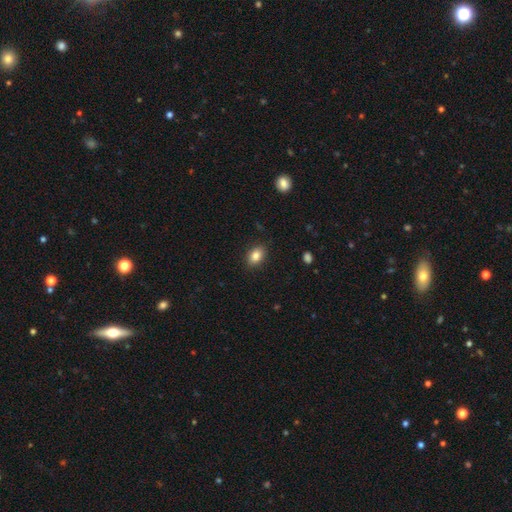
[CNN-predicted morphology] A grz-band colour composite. It shows a smooth galaxy with no disk features (84%) that is in between round and cigar-shaped (79%). Merging: none (87%).